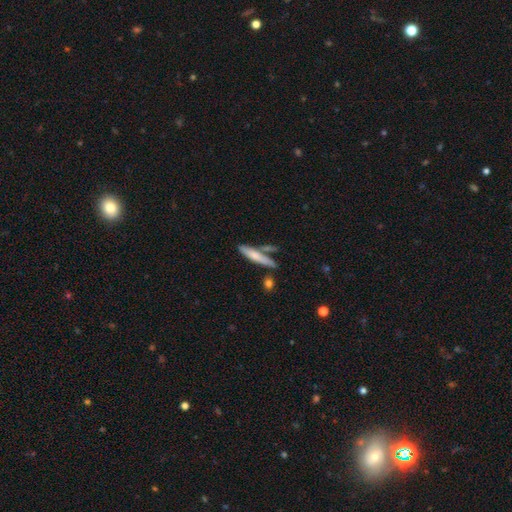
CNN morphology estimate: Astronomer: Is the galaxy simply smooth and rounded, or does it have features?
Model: smooth — 64%.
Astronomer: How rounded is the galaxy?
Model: cigar-shaped — 86%.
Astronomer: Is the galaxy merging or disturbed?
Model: none — 67%.